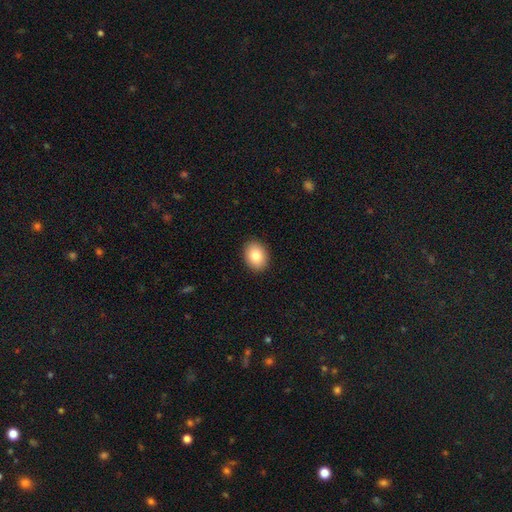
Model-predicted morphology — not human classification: This appears to be a smooth galaxy with no disk features (84%) that is in between round and cigar-shaped (61%). Merging: none (91%).